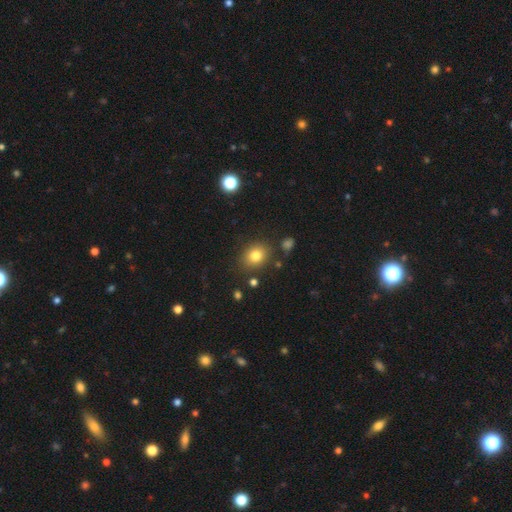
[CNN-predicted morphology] smooth_or_featured: smooth (p=0.80) [alt: star or artifact p=0.12]
how_rounded: round (p=0.53) [alt: in between p=0.46]
merging: none (p=0.82) [alt: minor disturbance p=0.11]